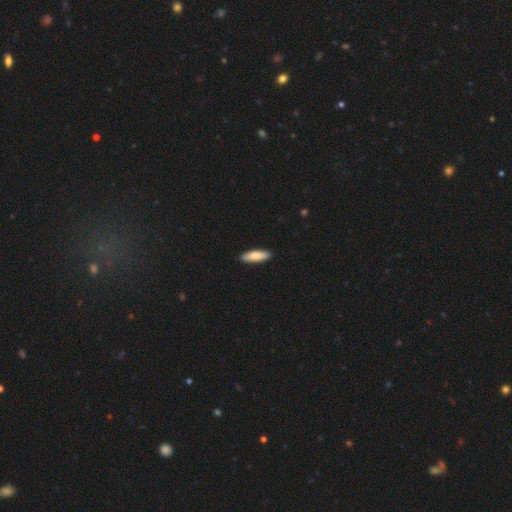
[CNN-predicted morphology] Smooth or featured: smooth — 84% (featured or disk — 11%)
How rounded: cigar-shaped — 50% (in between — 49%)
Merging: none — 91% (minor disturbance — 7%)